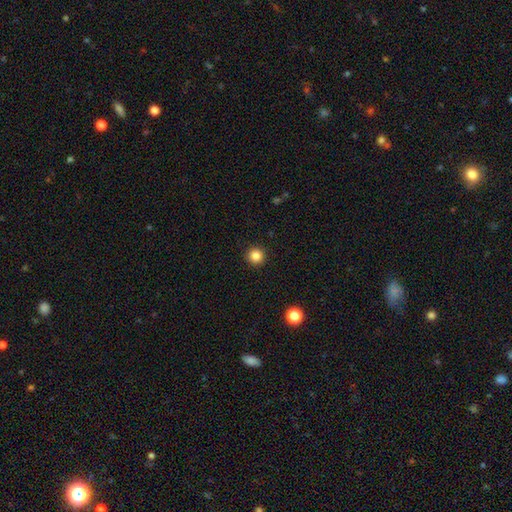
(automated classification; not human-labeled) Smooth or featured?
  - smooth: 85% *
  - star or artifact: 11%
  - featured or disk: 4%
How rounded?
  - round: 96% *
  - in between: 3%
  - cigar-shaped: 1%
Merging?
  - none: 93% *
  - minor disturbance: 4%
  - major disturbance: 2%
  - merger: 1%